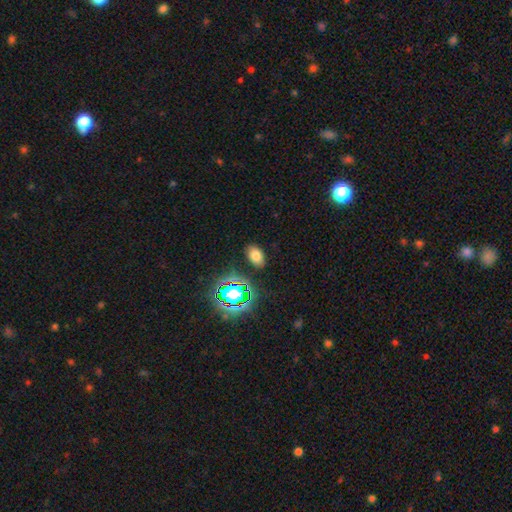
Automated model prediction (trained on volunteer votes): Morphology: type=smooth (71%); roundness=in between (88%); merging=none (86%).